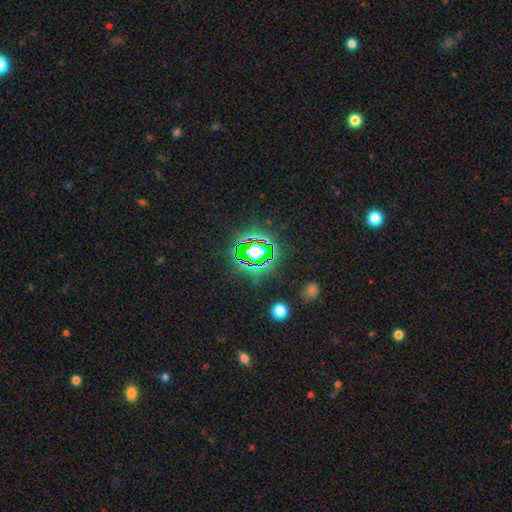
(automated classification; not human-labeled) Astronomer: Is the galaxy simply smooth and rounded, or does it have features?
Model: star or artifact — 81%.